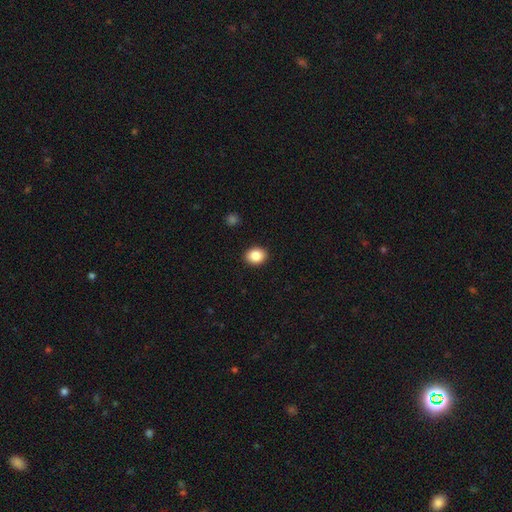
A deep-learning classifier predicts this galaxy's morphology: Smooth or featured: smooth — 86% (star or artifact — 9%)
How rounded: round — 50% (in between — 49%)
Merging: none — 91% (minor disturbance — 6%)